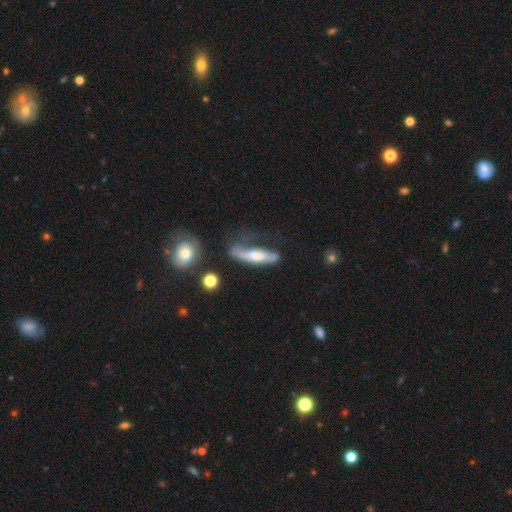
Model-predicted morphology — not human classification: smooth_or_featured: smooth (p=0.49) [alt: featured or disk p=0.44]
merging: none (p=0.34) [alt: major disturbance p=0.31]